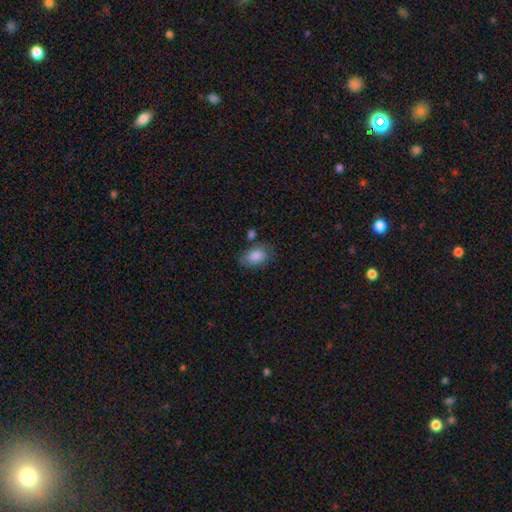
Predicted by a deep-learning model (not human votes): A smooth galaxy with no disk features (83%) that is in between round and cigar-shaped (87%).

Vote fractions:
- Smooth or featured? smooth: 83% / featured or disk: 10% / star or artifact: 7%
- How rounded? in between: 87% / round: 12% / cigar-shaped: 2%
- Merging? none: 69% / minor disturbance: 20% / merger: 6% / major disturbance: 5%